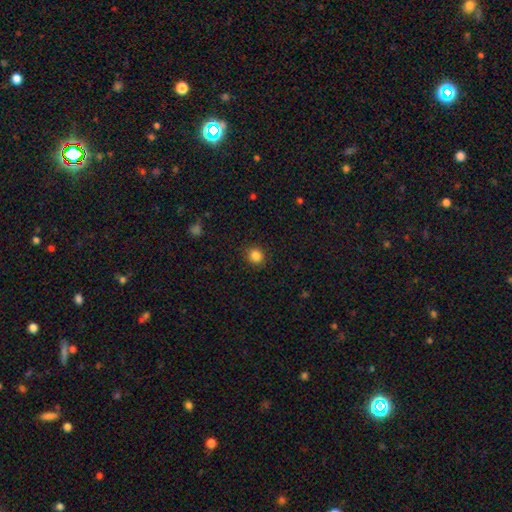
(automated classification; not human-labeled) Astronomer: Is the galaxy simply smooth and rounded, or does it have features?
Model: smooth — 85%.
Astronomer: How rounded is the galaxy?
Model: round — 82%.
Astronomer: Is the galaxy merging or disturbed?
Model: none — 88%.